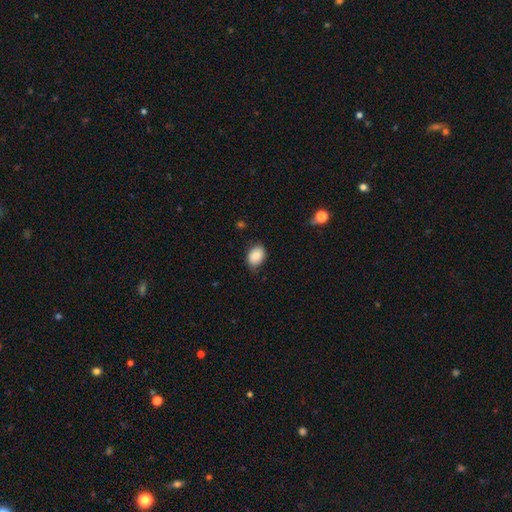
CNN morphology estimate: This appears to be a smooth galaxy with no disk features (84%) that is in between round and cigar-shaped (76%). Merging: none (71%).